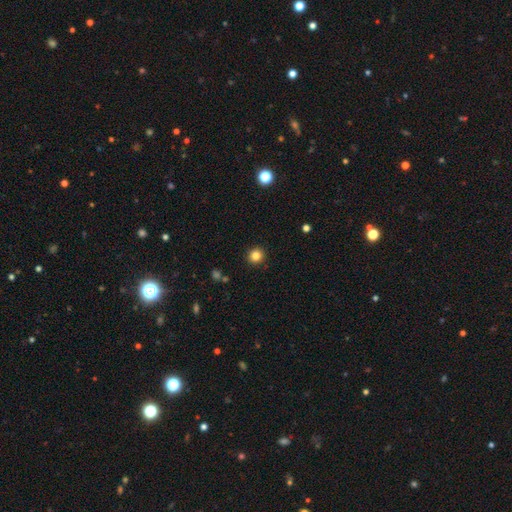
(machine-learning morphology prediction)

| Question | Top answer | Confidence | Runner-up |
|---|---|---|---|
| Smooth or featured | smooth | 83% | star or artifact (12%) |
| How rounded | round | 93% | in between (6%) |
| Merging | none | 92% | minor disturbance (5%) |